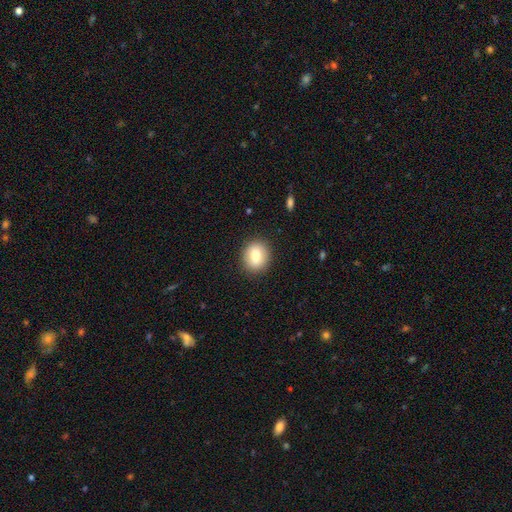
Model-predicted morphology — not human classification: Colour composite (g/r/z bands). It shows a smooth galaxy with no disk features (81%) that is round (64%). Merging: none (88%).